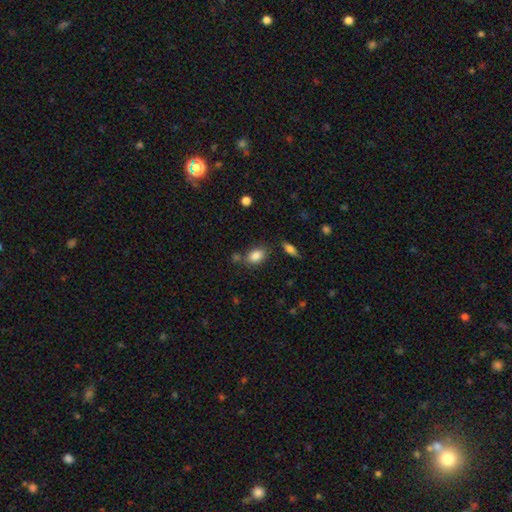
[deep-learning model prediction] A smooth galaxy with no disk features (85%) that is in between round and cigar-shaped (84%).

Vote fractions:
- Smooth or featured? smooth: 85% / star or artifact: 9% / featured or disk: 7%
- How rounded? in between: 84% / round: 14% / cigar-shaped: 2%
- Merging? none: 70% / minor disturbance: 15% / merger: 10% / major disturbance: 4%